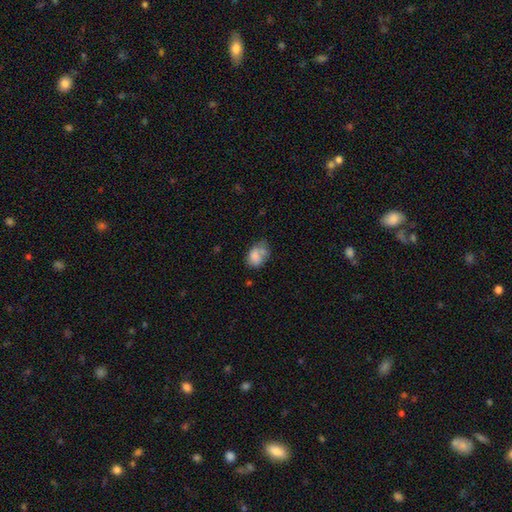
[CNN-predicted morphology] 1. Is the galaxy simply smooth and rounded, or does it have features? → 72% smooth, 18% featured or disk, 9% star or artifact.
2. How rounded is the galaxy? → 74% in between, 25% round, 1% cigar-shaped.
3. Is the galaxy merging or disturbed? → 34% none, 26% merger, 26% minor disturbance, 13% major disturbance.